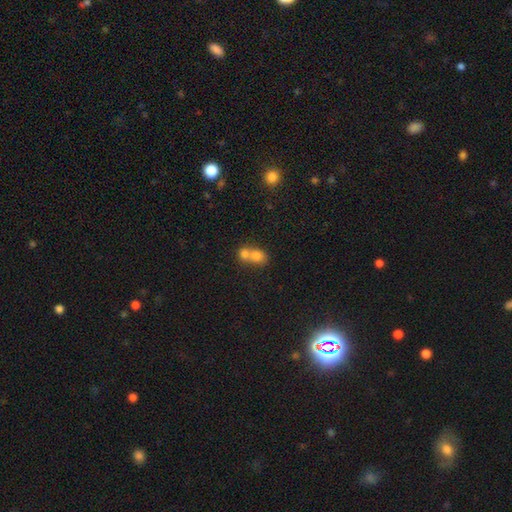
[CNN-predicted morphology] The model was most divided on "how rounded": round: 55%, in between: 44%, cigar-shaped: 1%. More confident: smooth or featured — smooth (75%); merging — merger (70%).